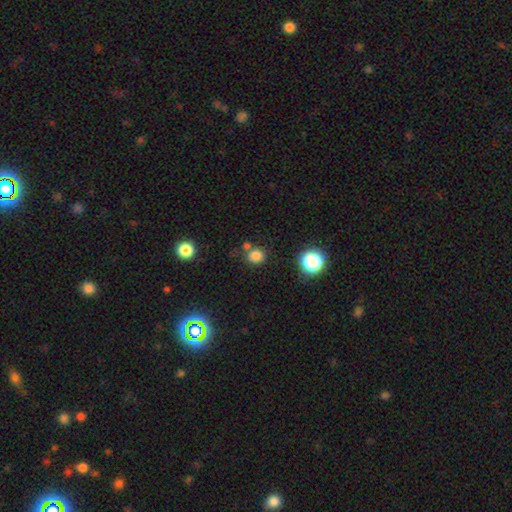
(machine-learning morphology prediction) A smooth galaxy with no disk features (80%) that is round (80%). Merging: none (71%).